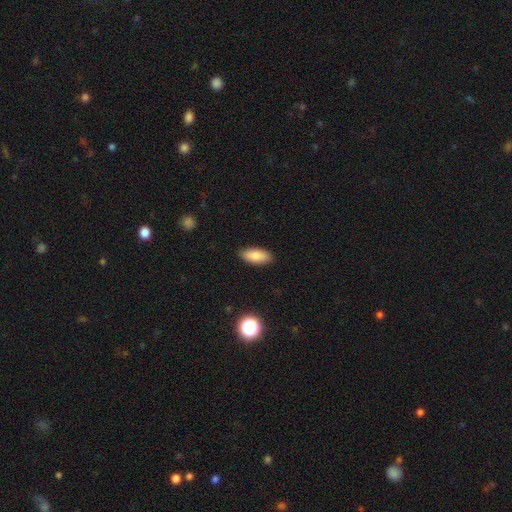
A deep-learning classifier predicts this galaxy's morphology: smooth 85%, featured or disk 8%, star or artifact 7%. Down the decision tree: how rounded — in between (86%); merging — none (88%).